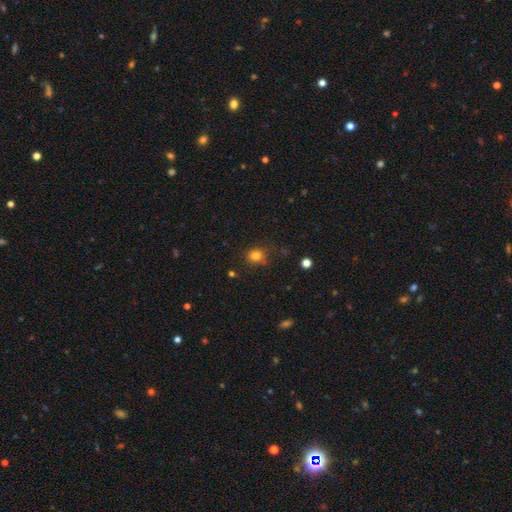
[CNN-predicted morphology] type=smooth (81%); roundness=round (80%); merging=none (79%).